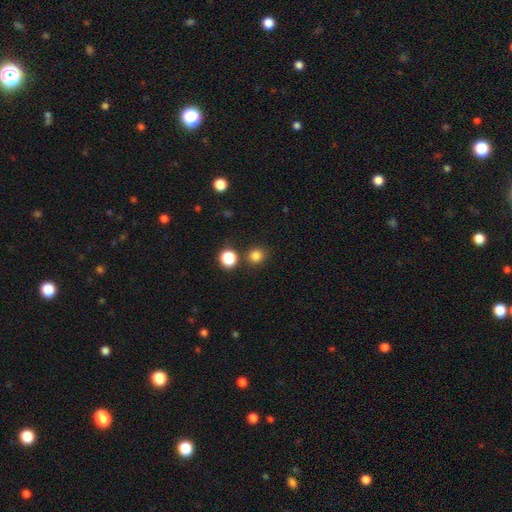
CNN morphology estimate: Smooth or featured: smooth — 82% (star or artifact — 15%)
How rounded: round — 91% (in between — 8%)
Merging: none — 83% (merger — 7%)